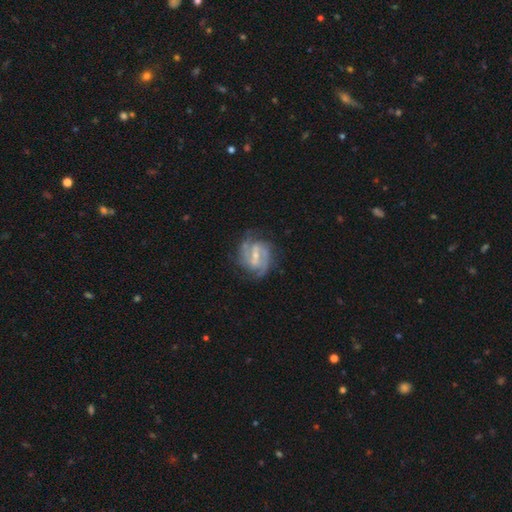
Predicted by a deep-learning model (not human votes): A featured or disk galaxy (87%) with a weak bar (51%), 2 (51%) medium (48%) spiral arms (96%) and a small central bulge (57%).

Vote fractions:
- Smooth or featured? featured or disk: 87% / smooth: 7% / star or artifact: 5%
- Edge-on disk? no: 98% / yes: 2%
- Bar? weak: 51% / strong: 32% / no: 17%
- Spiral arms? yes: 96% / no: 4%
- Spiral winding? medium: 48% / tight: 39% / loose: 12%
- Spiral arm count? 2: 51% / 3: 23% / can't tell: 14% / 4: 5% / 1: 4% / more than 4: 3%
- Bulge size? small: 57% / moderate: 36% / none: 5% / large: 1% / dominant: 1%
- Merging? none: 70% / minor disturbance: 19% / major disturbance: 9% / merger: 2%